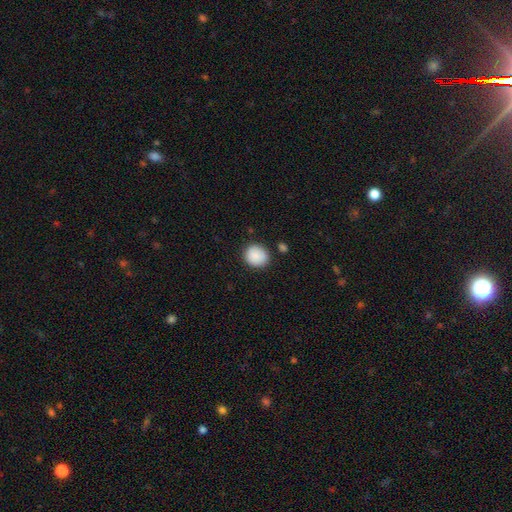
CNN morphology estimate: Smooth or featured?
  - smooth: 89% *
  - star or artifact: 7%
  - featured or disk: 4%
How rounded?
  - round: 80% *
  - in between: 19%
  - cigar-shaped: 1%
Merging?
  - none: 84% *
  - minor disturbance: 10%
  - merger: 3%
  - major disturbance: 3%